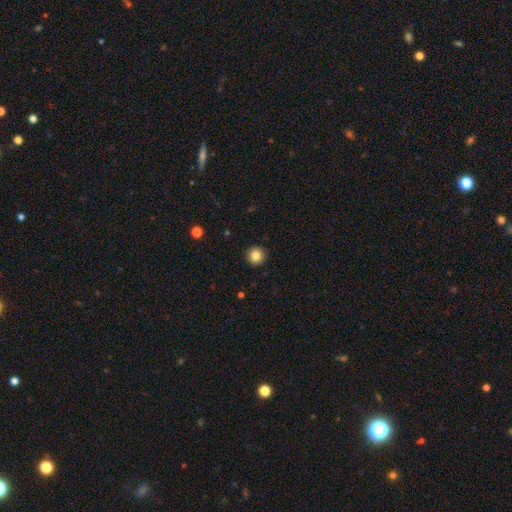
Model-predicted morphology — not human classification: smooth-or-featured: smooth: 84% | star or artifact: 11% | featured or disk: 6%
  how-rounded: round: 95% | in between: 4% | cigar-shaped: 1%
  merging: none: 92% | minor disturbance: 5% | major disturbance: 2% | merger: 1%